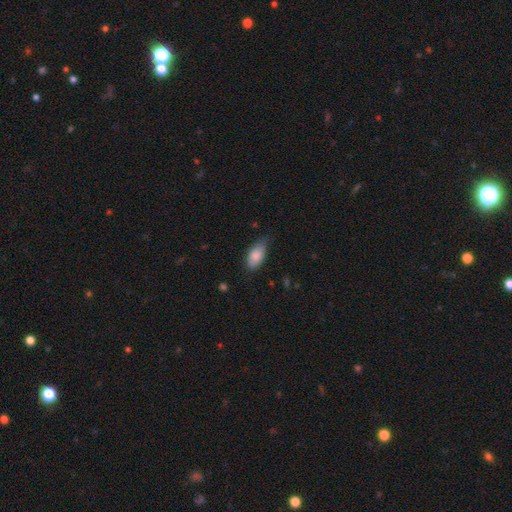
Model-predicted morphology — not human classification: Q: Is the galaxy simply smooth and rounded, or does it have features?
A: smooth — 84%.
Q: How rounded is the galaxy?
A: in between — 90%.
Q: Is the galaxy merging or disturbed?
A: none — 57%.